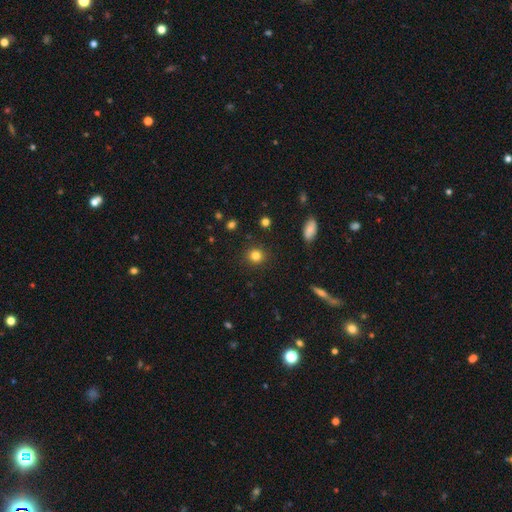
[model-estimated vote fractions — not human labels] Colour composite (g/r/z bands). It shows a smooth galaxy with no disk features (82%) that is round (88%). Merging: none (90%).